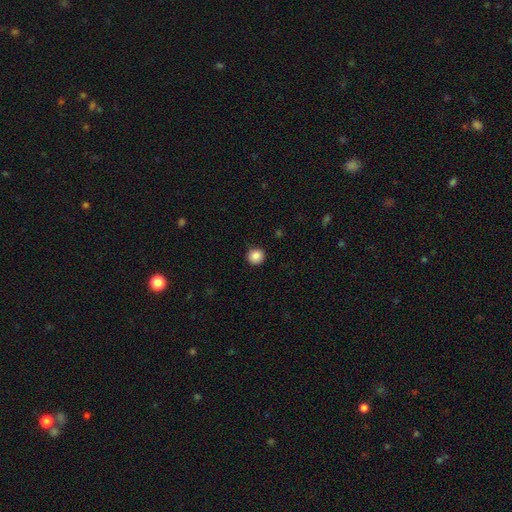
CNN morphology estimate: Overall: smooth (86%). How rounded: round (93%). Merging: none (90%).